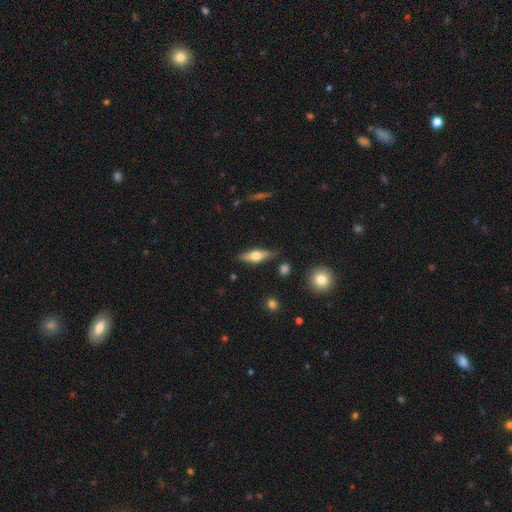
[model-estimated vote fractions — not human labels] The model was most divided on "smooth or featured": featured or disk: 50%, smooth: 44%, star or artifact: 6%. More confident: edge-on disk — yes (90%); merging — none (81%).